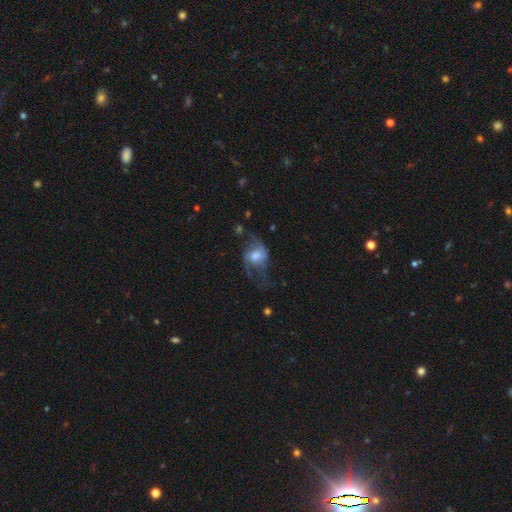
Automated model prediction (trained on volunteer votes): This appears to be a featured or disk galaxy (66%) with no bar (51%), 2 (79%) loose (63%) spiral arms (82%) and a moderate central bulge (51%). Merging: none (43%).